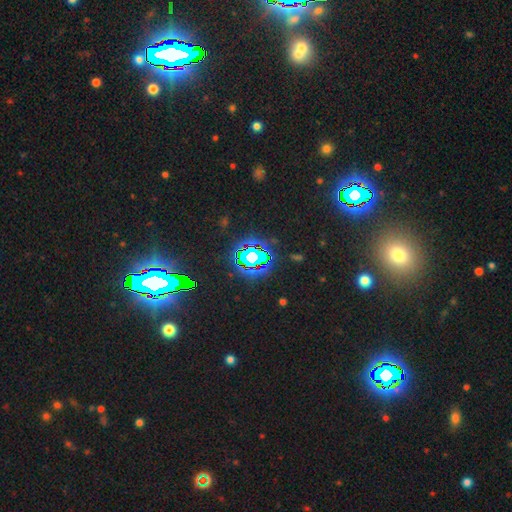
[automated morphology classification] Smooth or featured? Predicted: star or artifact (p=0.72).